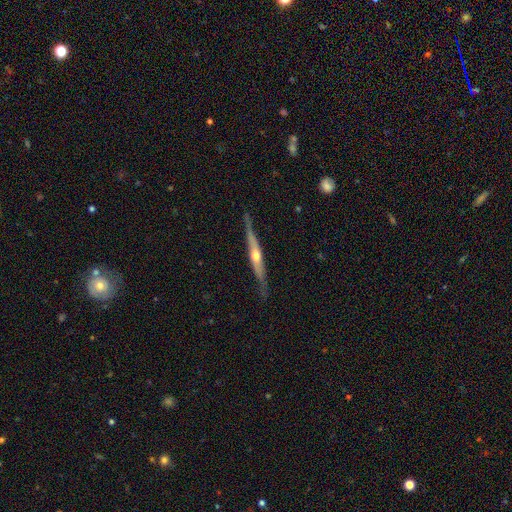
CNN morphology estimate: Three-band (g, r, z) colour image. It shows a featured or disk galaxy (69%) viewed edge-on (94%) with a rounded central bulge (85%). Merging: none (76%).